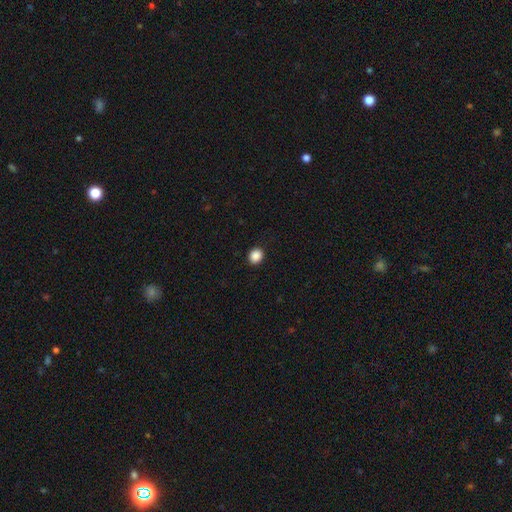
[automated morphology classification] Smooth or featured? Predicted: smooth (p=0.88). How rounded? Predicted: round (p=0.76). Merging? Predicted: none (p=0.91).